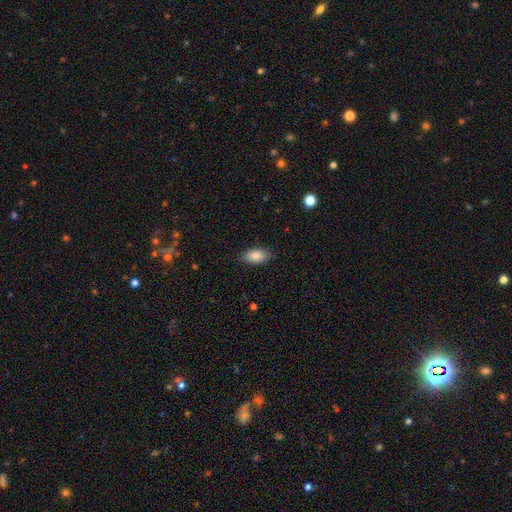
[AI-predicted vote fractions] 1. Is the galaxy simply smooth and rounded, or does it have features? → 87% smooth, 7% star or artifact, 6% featured or disk.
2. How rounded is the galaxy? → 93% in between, 4% round, 3% cigar-shaped.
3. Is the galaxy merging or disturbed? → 86% none, 11% minor disturbance, 2% major disturbance, 1% merger.